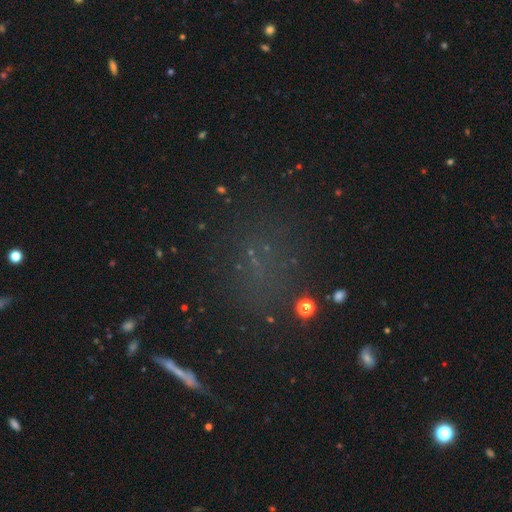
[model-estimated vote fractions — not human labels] Morphology: type=star or artifact (43%).